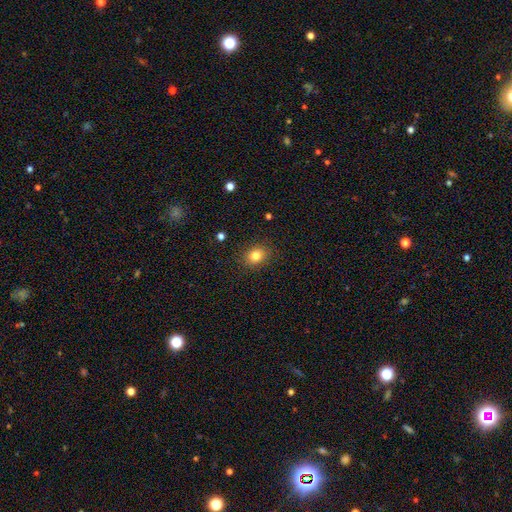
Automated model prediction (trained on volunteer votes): smooth-or-featured: smooth: 82% | star or artifact: 11% | featured or disk: 7%
  how-rounded: in between: 50% | round: 49% | cigar-shaped: 1%
  merging: none: 87% | minor disturbance: 9% | major disturbance: 3% | merger: 1%